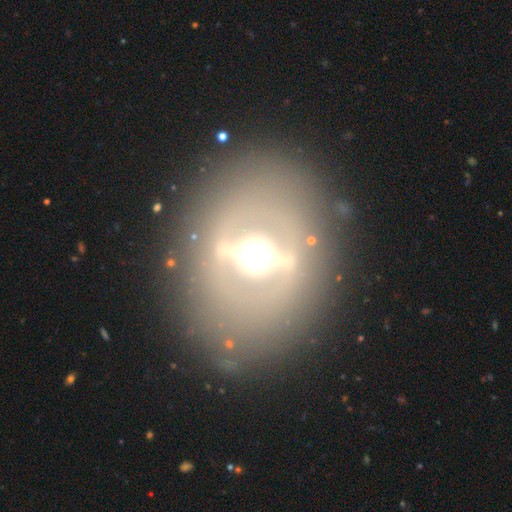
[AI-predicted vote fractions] Morphology: type=featured or disk (76%); edge-on=no (71%); bar=strong (76%); spiral arms=no (85%); bulge=moderate (61%); merging=none (82%).